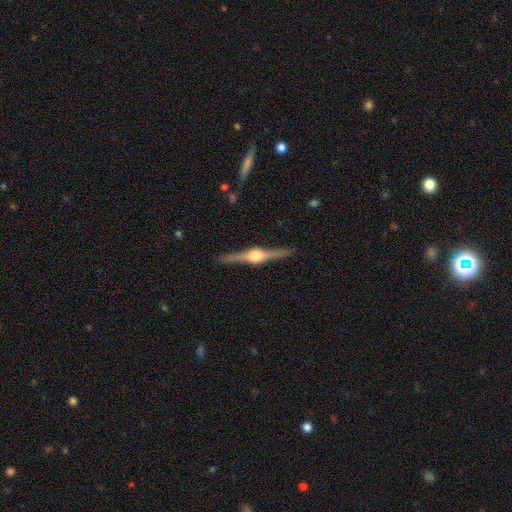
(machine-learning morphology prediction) A featured or disk galaxy (88%) viewed edge-on (98%) with a rounded central bulge (94%).

Vote fractions:
- Smooth or featured? featured or disk: 88% / smooth: 7% / star or artifact: 5%
- Edge-on disk? yes: 98% / no: 2%
- Edge-on bulge? rounded: 94% / boxy: 5% / none: 1%
- Merging? none: 91% / minor disturbance: 6% / major disturbance: 1% / merger: 1%